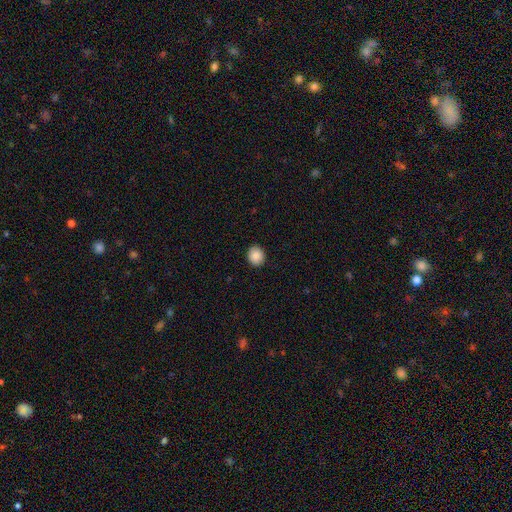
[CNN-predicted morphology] smooth_or_featured: smooth (p=0.87) [alt: star or artifact p=0.08]
how_rounded: round (p=0.72) [alt: in between p=0.28]
merging: none (p=0.91) [alt: minor disturbance p=0.06]